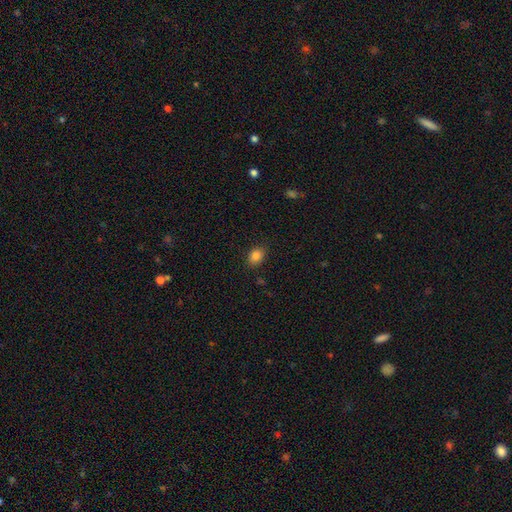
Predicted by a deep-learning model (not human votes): smooth-or-featured: smooth: 85% | star or artifact: 11% | featured or disk: 4%
  how-rounded: in between: 69% | round: 29% | cigar-shaped: 1%
  merging: none: 85% | minor disturbance: 11% | major disturbance: 3% | merger: 1%